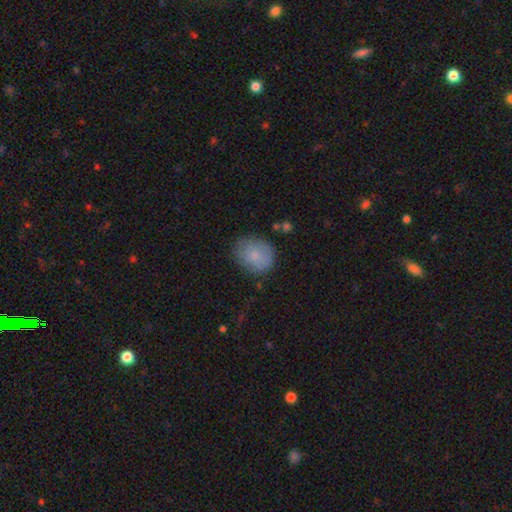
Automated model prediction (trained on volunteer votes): Q: Smooth or featured?
A: smooth (80%); runner-up: featured or disk (13%)
Q: How rounded?
A: round (63%); runner-up: in between (36%)
Q: Merging?
A: none (72%); runner-up: minor disturbance (20%)